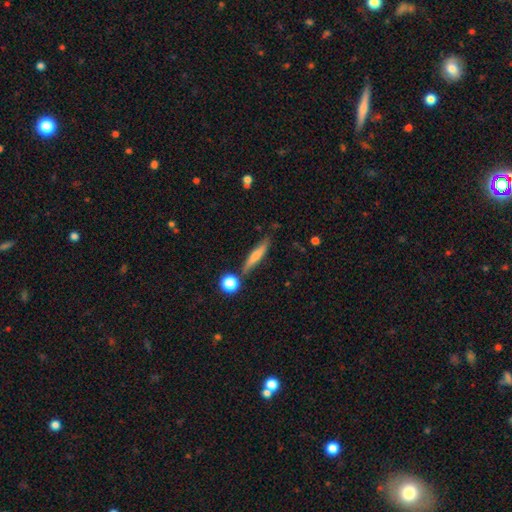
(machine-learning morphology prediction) This is possibly a smooth galaxy (60%). How rounded: clearly cigar-shaped (85%). Merging: likely none (76%).